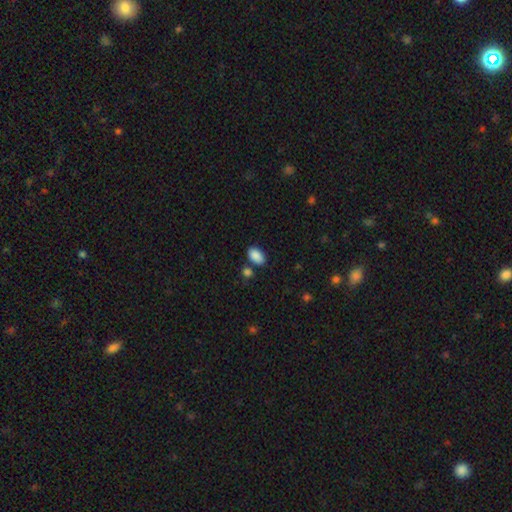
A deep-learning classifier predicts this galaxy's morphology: The model was most divided on "merging": none: 73%, minor disturbance: 12%, merger: 11%, major disturbance: 3%. More confident: how rounded — in between (92%); smooth or featured — smooth (88%).